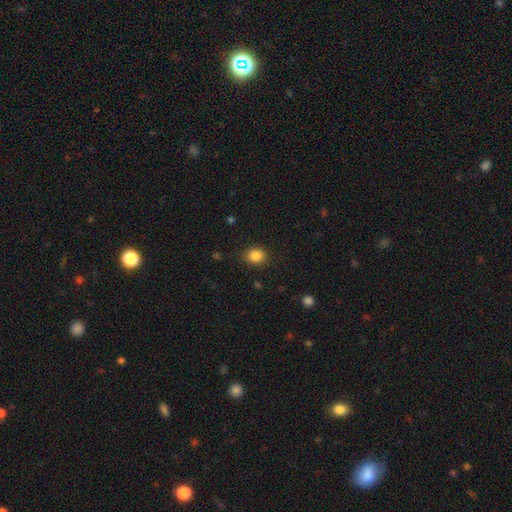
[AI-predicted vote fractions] smooth_or_featured: smooth (p=0.86) [alt: star or artifact p=0.10]
how_rounded: round (p=0.58) [alt: in between p=0.41]
merging: none (p=0.88) [alt: minor disturbance p=0.09]